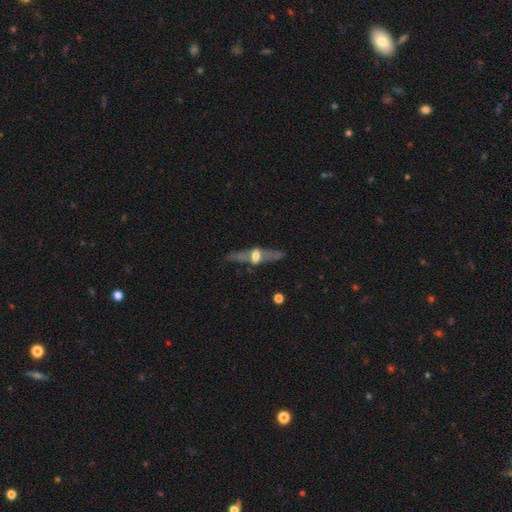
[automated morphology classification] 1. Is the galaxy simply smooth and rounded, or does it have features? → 67% featured or disk, 25% smooth, 8% star or artifact.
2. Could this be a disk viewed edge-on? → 73% yes, 27% no.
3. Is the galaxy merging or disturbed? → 66% none, 17% minor disturbance, 13% major disturbance, 5% merger.